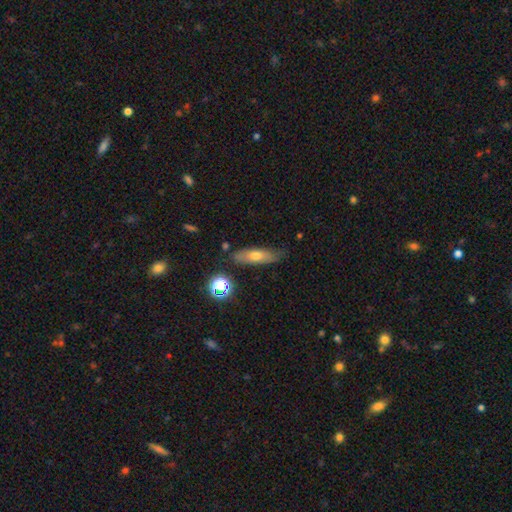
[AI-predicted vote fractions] A smooth galaxy with no disk features (60%) that is cigar-shaped (51%). Merging: none (76%).